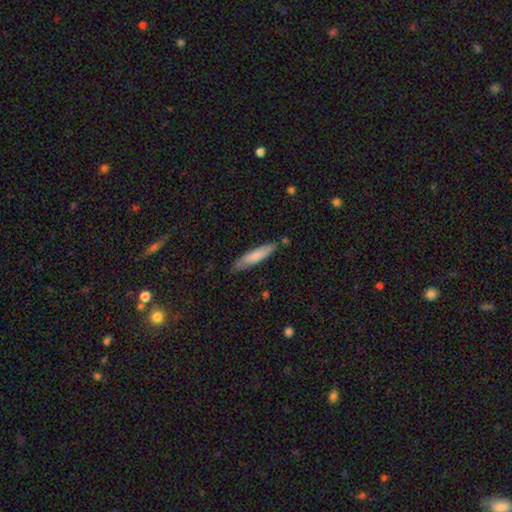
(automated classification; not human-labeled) Smooth or featured?
  - smooth: 74% *
  - featured or disk: 21%
  - star or artifact: 5%
How rounded?
  - cigar-shaped: 83% *
  - in between: 16%
  - round: 1%
Merging?
  - none: 77% *
  - minor disturbance: 18%
  - merger: 3%
  - major disturbance: 3%